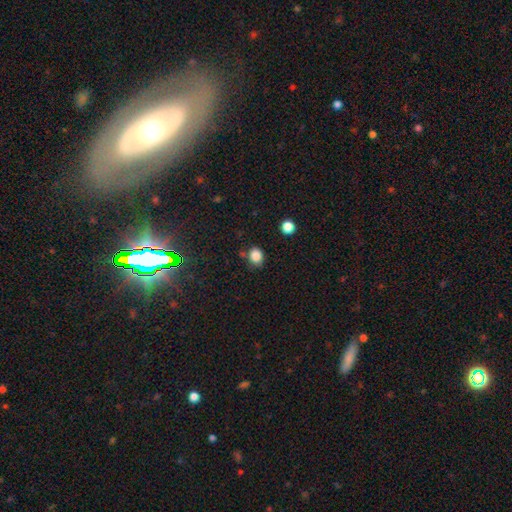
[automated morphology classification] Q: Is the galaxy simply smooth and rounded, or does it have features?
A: smooth — 85%.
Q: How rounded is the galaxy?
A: round — 68%.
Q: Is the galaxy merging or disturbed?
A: none — 73%.